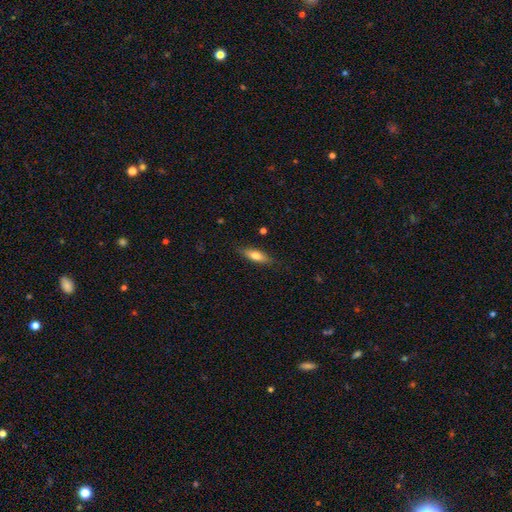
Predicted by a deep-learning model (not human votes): Smooth or featured? Predicted: smooth (p=0.69). How rounded? Predicted: in between (p=0.53). Merging? Predicted: none (p=0.83).